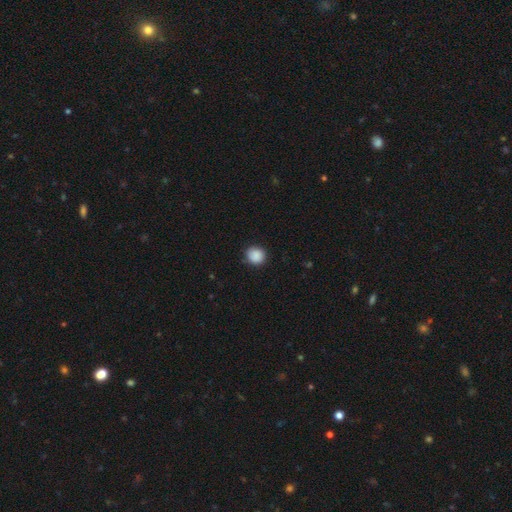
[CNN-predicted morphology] Smooth or featured? Predicted: smooth (p=0.89). How rounded? Predicted: round (p=0.88). Merging? Predicted: none (p=0.87).